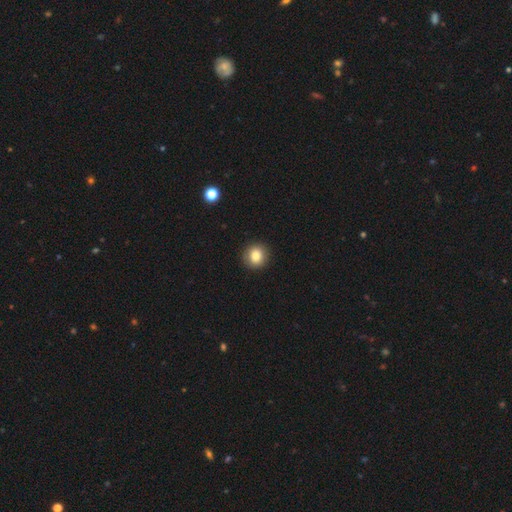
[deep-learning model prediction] Smooth or featured? smooth (84%)
How rounded? round (89%)
Merging? none (91%)